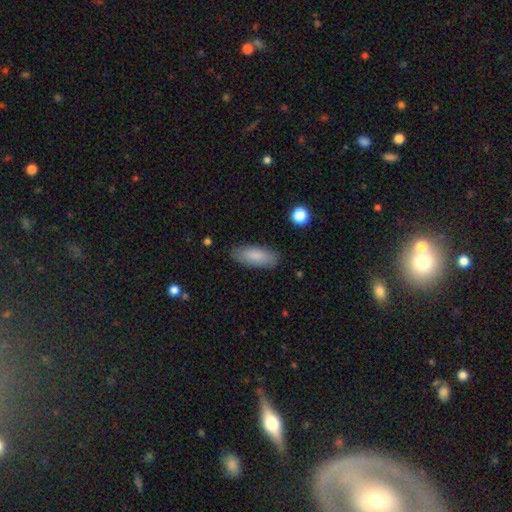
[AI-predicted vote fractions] Q: Smooth or featured?
A: smooth (84%); runner-up: featured or disk (10%)
Q: How rounded?
A: in between (77%); runner-up: cigar-shaped (21%)
Q: Merging?
A: none (84%); runner-up: minor disturbance (12%)